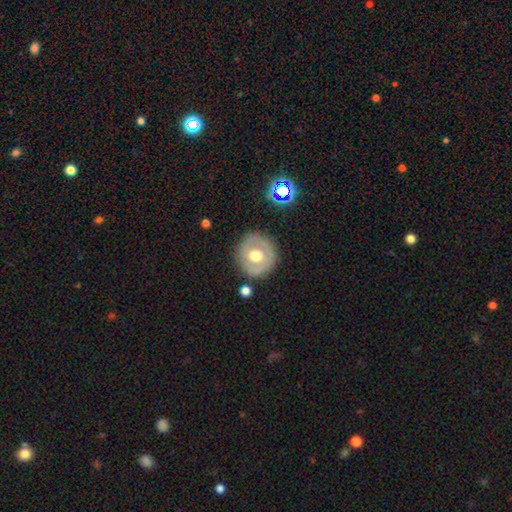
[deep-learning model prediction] Q: Smooth or featured?
A: smooth (48%); runner-up: featured or disk (45%)
Q: Merging?
A: none (83%); runner-up: minor disturbance (11%)